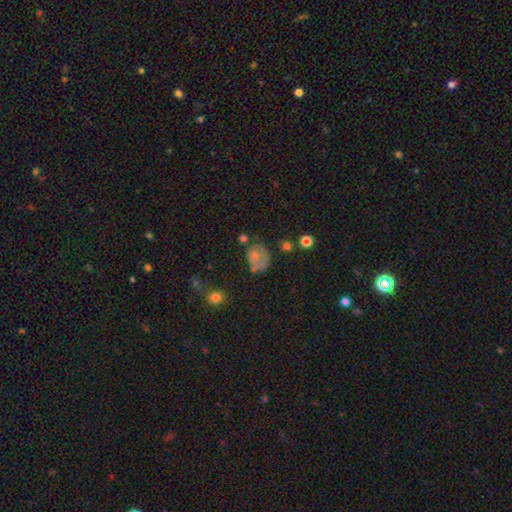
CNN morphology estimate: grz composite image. It shows a smooth galaxy with no disk features (52%) that is round (57%). Merging: none (52%).